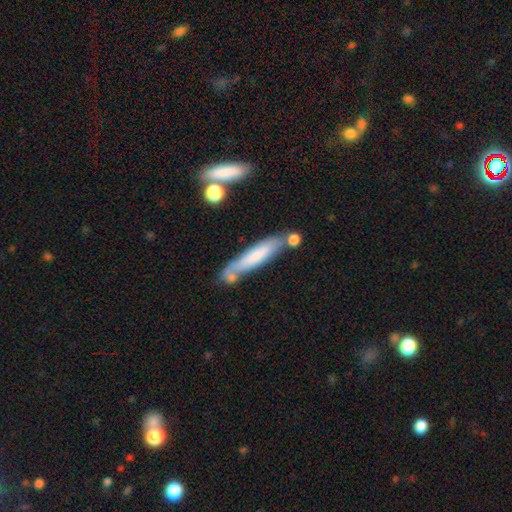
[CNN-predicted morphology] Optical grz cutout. It shows a smooth galaxy with no disk features (61%) that is cigar-shaped (84%). Merging: none (59%).